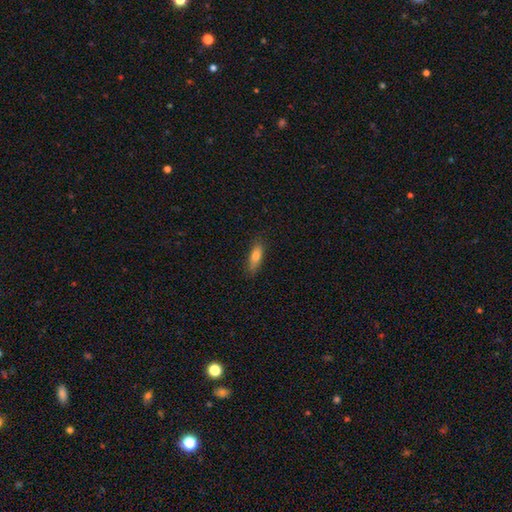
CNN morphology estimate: The model was most divided on "how rounded": in between: 55%, cigar-shaped: 42%, round: 3%. More confident: smooth or featured — smooth (80%); merging — none (80%).